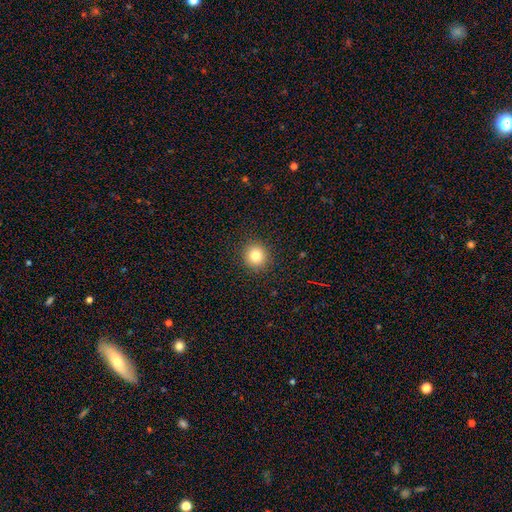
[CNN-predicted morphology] Smooth or featured? smooth (80%)
How rounded? round (91%)
Merging? none (91%)